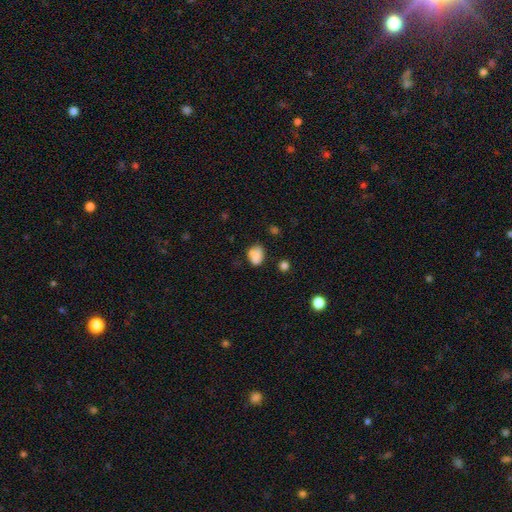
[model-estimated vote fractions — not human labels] smooth-or-featured: smooth: 81% | star or artifact: 11% | featured or disk: 8%
  how-rounded: in between: 69% | round: 30% | cigar-shaped: 1%
  merging: none: 54% | minor disturbance: 27% | merger: 10% | major disturbance: 9%